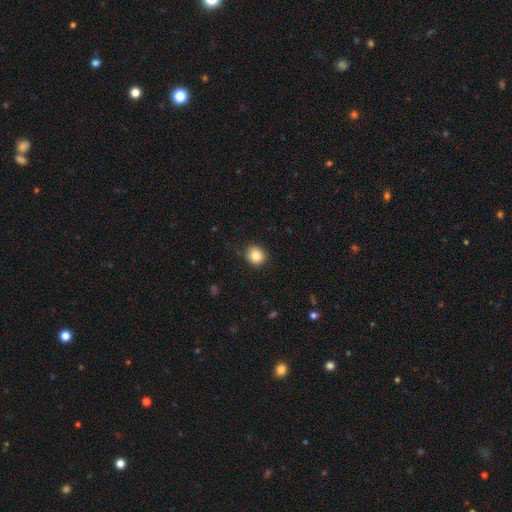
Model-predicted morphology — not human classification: Smooth or featured? Predicted: smooth (p=0.87). How rounded? Predicted: round (p=0.82). Merging? Predicted: none (p=0.87).